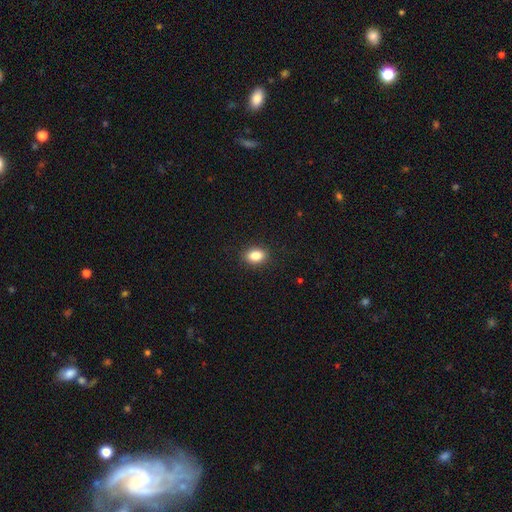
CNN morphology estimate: A smooth galaxy with no disk features (86%) that is in between round and cigar-shaped (78%).

Vote fractions:
- Smooth or featured? smooth: 86% / star or artifact: 9% / featured or disk: 5%
- How rounded? in between: 78% / round: 21% / cigar-shaped: 1%
- Merging? none: 90% / minor disturbance: 7% / major disturbance: 2% / merger: 1%